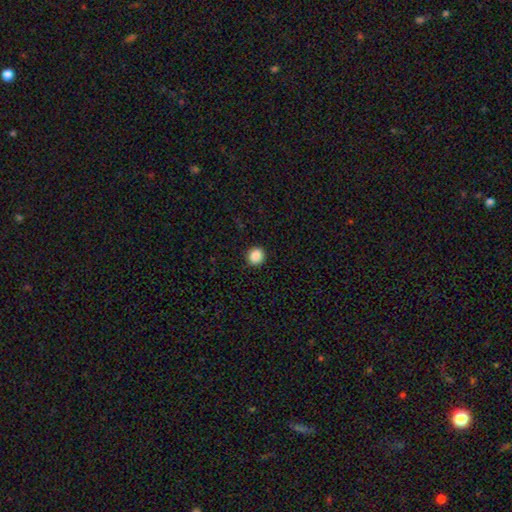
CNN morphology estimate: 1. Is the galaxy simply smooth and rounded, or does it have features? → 88% smooth, 9% star or artifact, 3% featured or disk.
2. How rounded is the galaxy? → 86% round, 13% in between, 1% cigar-shaped.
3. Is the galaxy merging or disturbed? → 92% none, 5% minor disturbance, 2% major disturbance, 1% merger.